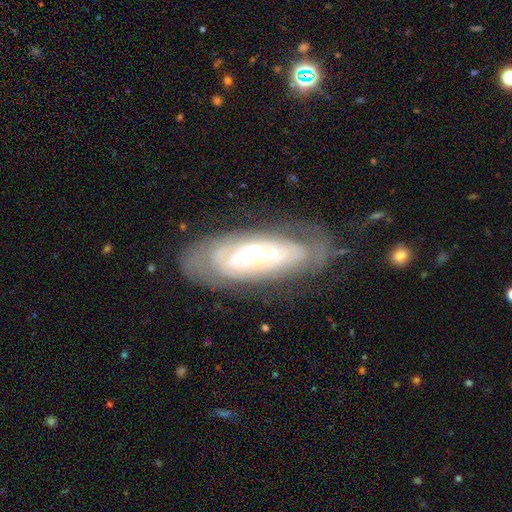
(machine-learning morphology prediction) type=featured or disk (75%); edge-on=no (87%); bar=no (70%); spiral arms=yes (75%); bulge=small (68%); merging=none (71%).